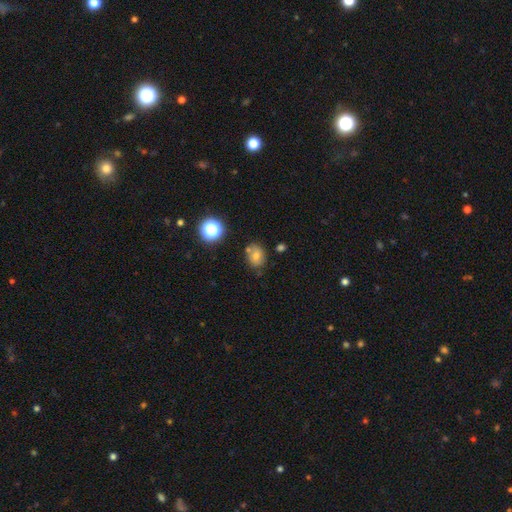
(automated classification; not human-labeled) smooth 67%, featured or disk 18%, star or artifact 16%. Down the decision tree: how rounded — round (51%); merging — none (64%).